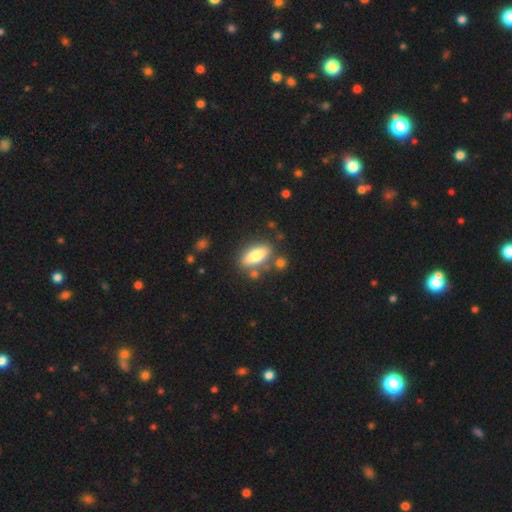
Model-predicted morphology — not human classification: A smooth galaxy with no disk features (72%) that is in between round and cigar-shaped (74%). Merging: none (76%).